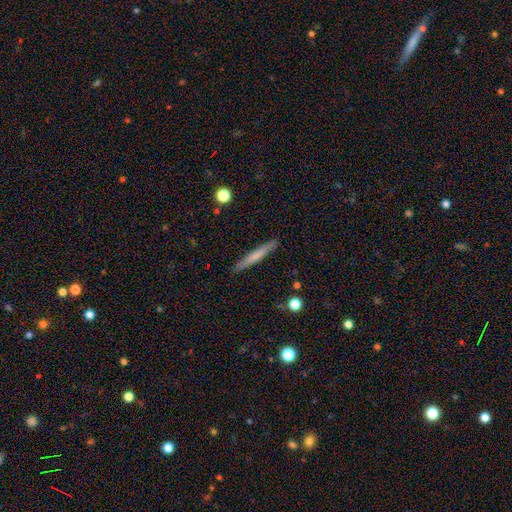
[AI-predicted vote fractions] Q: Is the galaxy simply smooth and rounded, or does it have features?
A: smooth — 61%.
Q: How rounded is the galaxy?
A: cigar-shaped — 96%.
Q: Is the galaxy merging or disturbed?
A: none — 91%.